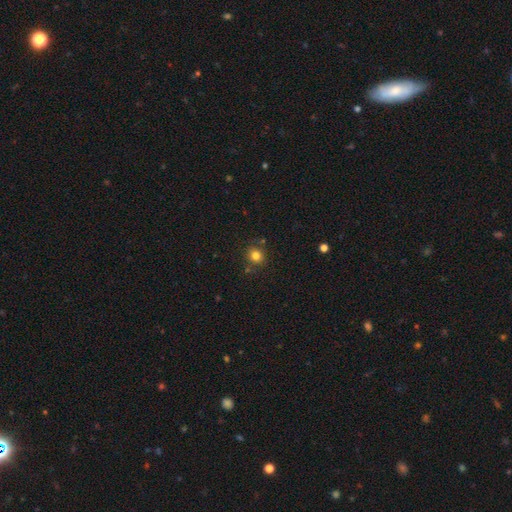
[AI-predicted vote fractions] smooth 81%, star or artifact 13%, featured or disk 6%. Down the decision tree: how rounded — round (85%); merging — none (82%).